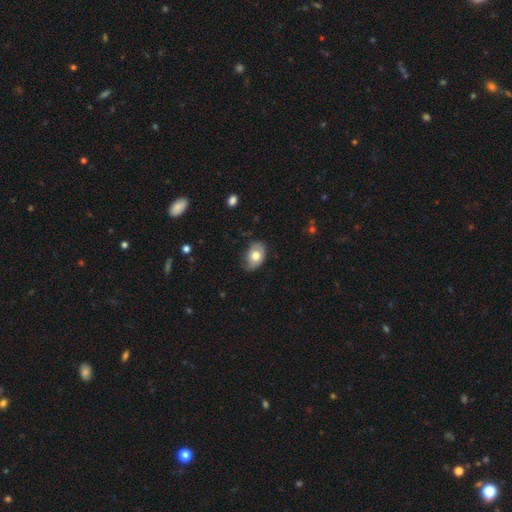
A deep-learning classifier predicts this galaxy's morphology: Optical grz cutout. It shows a smooth galaxy with no disk features (71%) that is in between round and cigar-shaped (85%). Merging: none (65%).